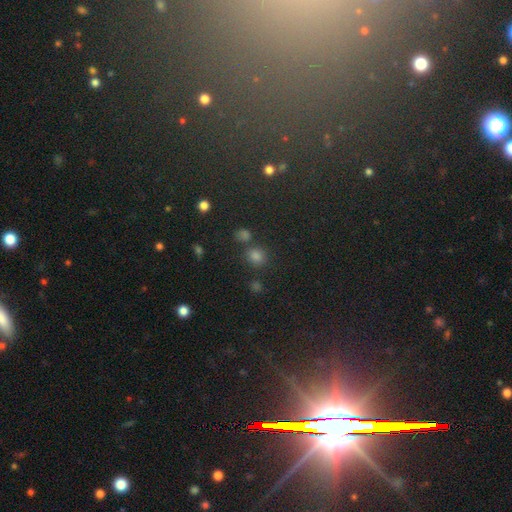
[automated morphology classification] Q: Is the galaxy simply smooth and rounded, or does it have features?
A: smooth — 66%.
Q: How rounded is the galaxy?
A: round — 84%.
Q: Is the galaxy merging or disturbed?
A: none — 76%.